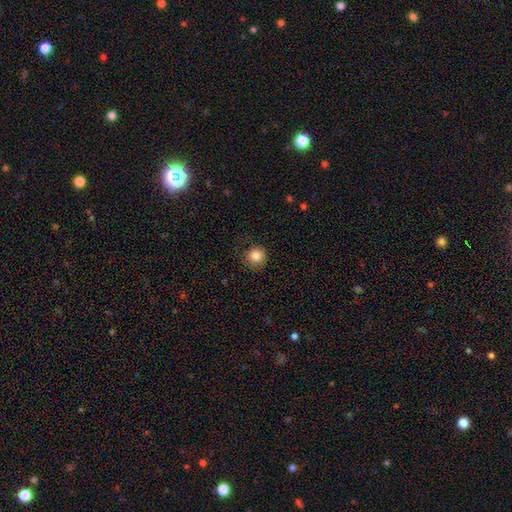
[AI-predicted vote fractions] Overall: smooth (85%). How rounded: round (93%). Merging: none (85%).